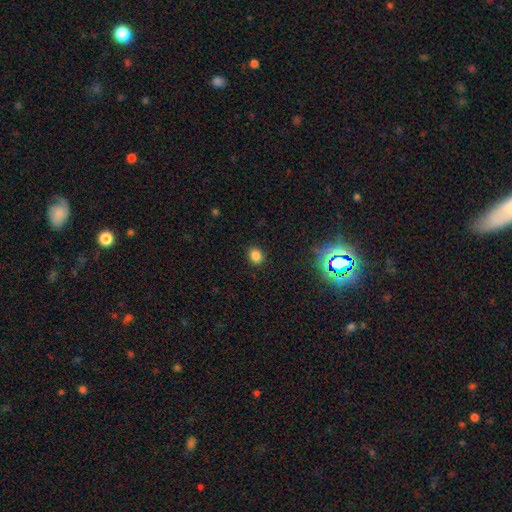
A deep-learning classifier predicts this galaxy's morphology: This appears to be a smooth galaxy with no disk features (81%) that is round (58%). Merging: none (89%).